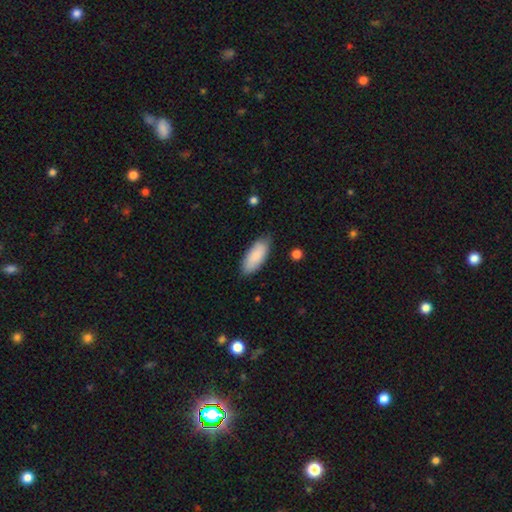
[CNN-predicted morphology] Smooth or featured? smooth (86%)
How rounded? in between (83%)
Merging? none (80%)